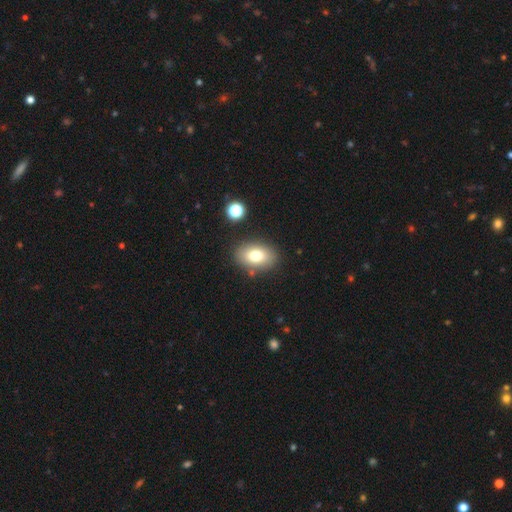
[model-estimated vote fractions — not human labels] A smooth galaxy with no disk features (76%) that is in between round and cigar-shaped (85%).

Vote fractions:
- Smooth or featured? smooth: 76% / featured or disk: 14% / star or artifact: 10%
- How rounded? in between: 85% / round: 14% / cigar-shaped: 1%
- Merging? none: 83% / minor disturbance: 10% / merger: 4% / major disturbance: 3%